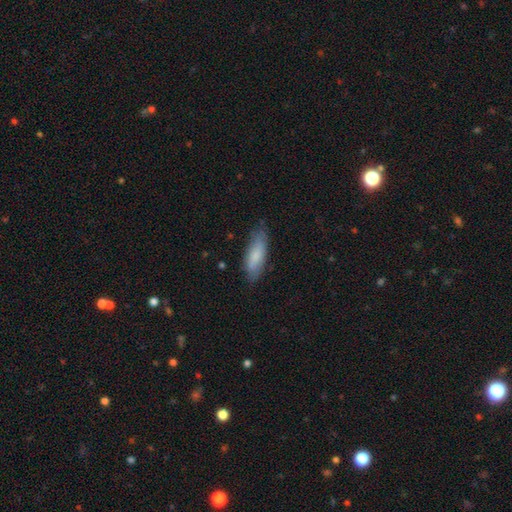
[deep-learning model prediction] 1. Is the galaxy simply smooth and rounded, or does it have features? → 80% smooth, 15% featured or disk, 6% star or artifact.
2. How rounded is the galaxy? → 53% in between, 46% cigar-shaped, 2% round.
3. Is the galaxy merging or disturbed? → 77% none, 18% minor disturbance, 3% major disturbance, 1% merger.